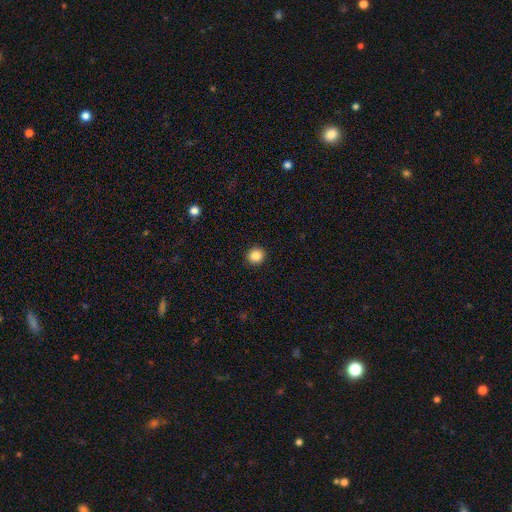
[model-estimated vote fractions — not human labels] smooth-or-featured: smooth: 86% | star or artifact: 10% | featured or disk: 4%
  how-rounded: round: 89% | in between: 10% | cigar-shaped: 1%
  merging: none: 92% | minor disturbance: 5% | major disturbance: 2% | merger: 1%